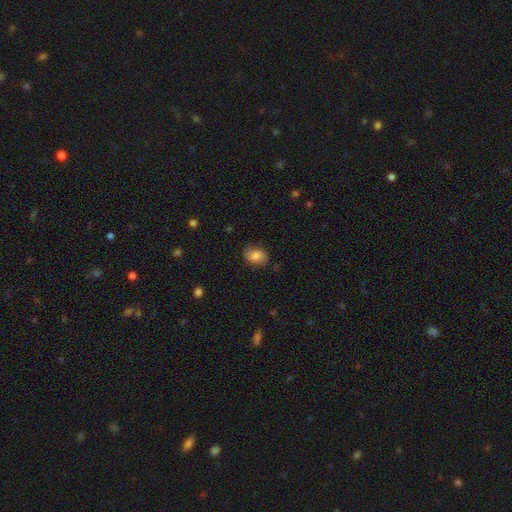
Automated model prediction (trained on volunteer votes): Smooth or featured? smooth (80%)
How rounded? in between (73%)
Merging? none (76%)